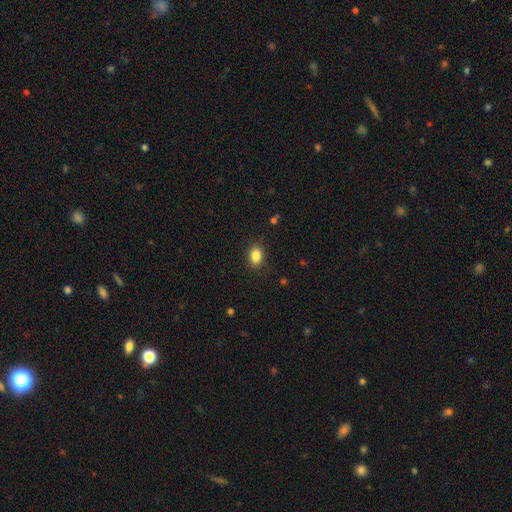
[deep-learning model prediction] smooth_or_featured: smooth (p=0.86) [alt: star or artifact p=0.09]
how_rounded: in between (p=0.80) [alt: round p=0.19]
merging: none (p=0.86) [alt: minor disturbance p=0.11]